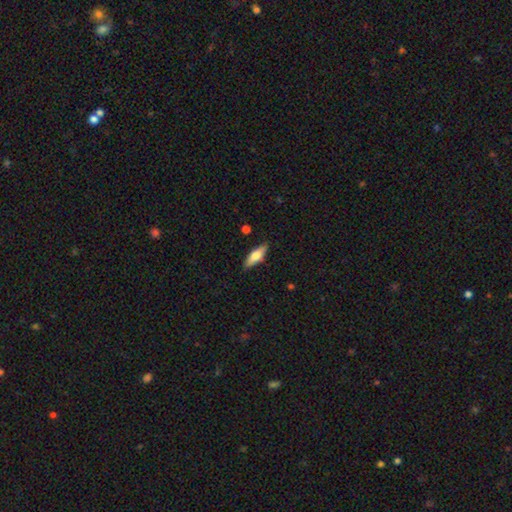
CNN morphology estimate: Smooth or featured: smooth — 64% (featured or disk — 30%)
How rounded: in between — 53% (cigar-shaped — 45%)
Merging: none — 86% (minor disturbance — 11%)